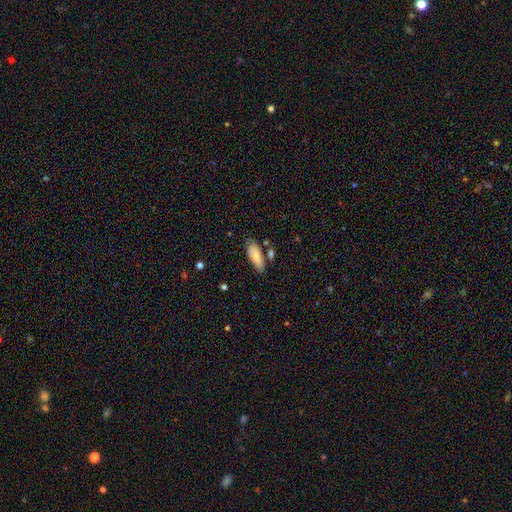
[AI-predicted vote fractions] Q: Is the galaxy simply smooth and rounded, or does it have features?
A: smooth — 80%.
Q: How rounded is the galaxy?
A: in between — 73%.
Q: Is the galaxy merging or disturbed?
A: none — 71%.